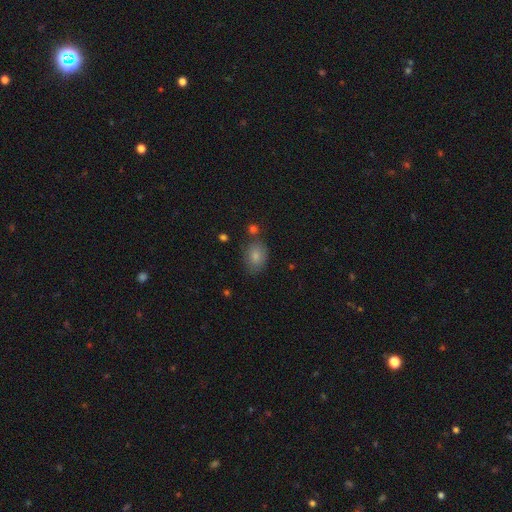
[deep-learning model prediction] Morphology: type=smooth (83%); roundness=in between (75%); merging=none (68%).